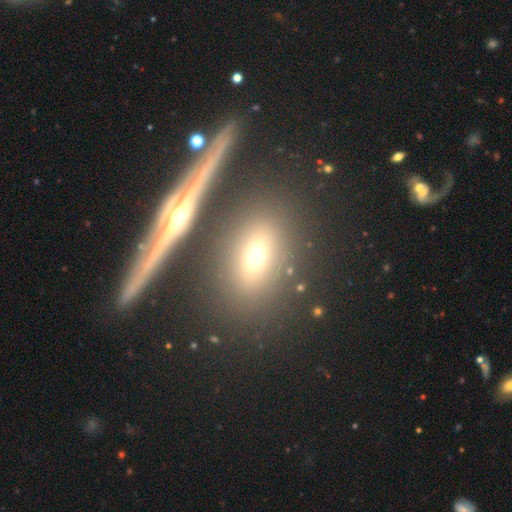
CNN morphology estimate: A smooth galaxy with no disk features (56%) that is in between round and cigar-shaped (62%). Merging: none (79%).